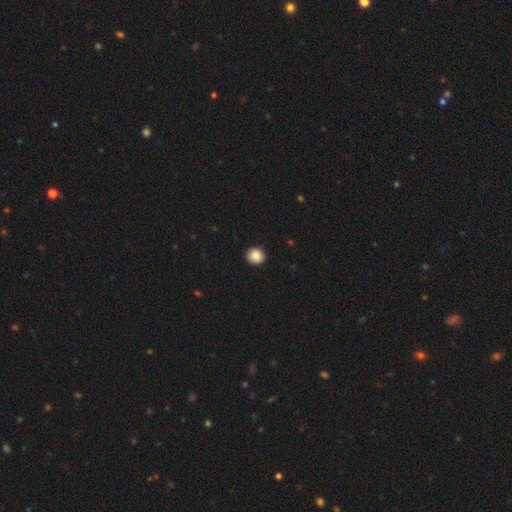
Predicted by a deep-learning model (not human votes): Smooth or featured? Predicted: smooth (p=0.87). How rounded? Predicted: round (p=0.91). Merging? Predicted: none (p=0.90).